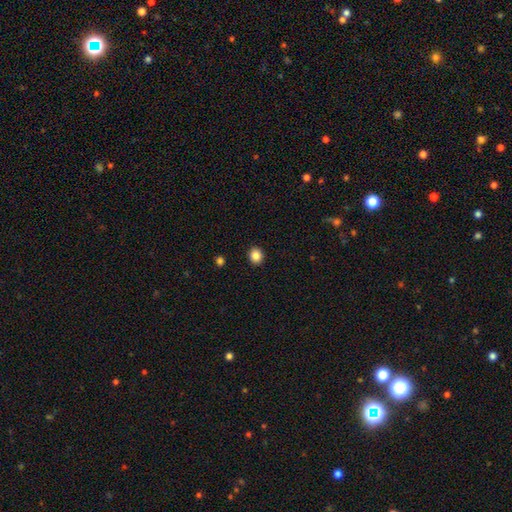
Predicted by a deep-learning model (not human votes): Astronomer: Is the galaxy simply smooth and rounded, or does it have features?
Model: smooth — 86%.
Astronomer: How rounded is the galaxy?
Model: round — 79%.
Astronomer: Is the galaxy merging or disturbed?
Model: none — 92%.